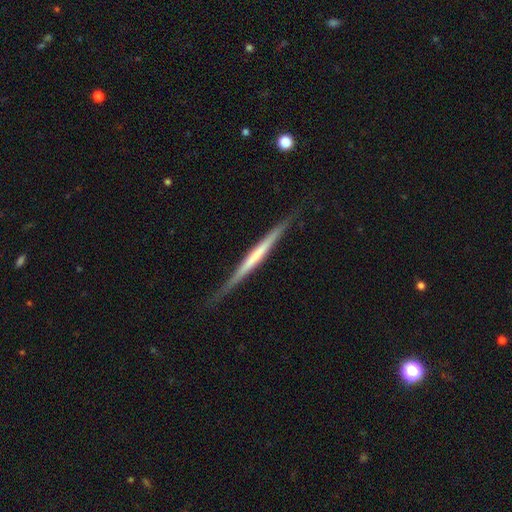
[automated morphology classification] A featured or disk galaxy (64%) viewed edge-on (97%) with no central bulge (77%).

Vote fractions:
- Smooth or featured? featured or disk: 64% / smooth: 31% / star or artifact: 5%
- Edge-on disk? yes: 97% / no: 3%
- Edge-on bulge? none: 77% / rounded: 13% / boxy: 10%
- Merging? none: 85% / minor disturbance: 11% / major disturbance: 2% / merger: 1%